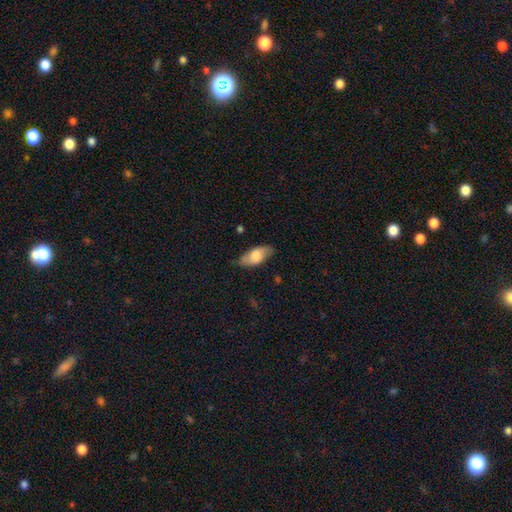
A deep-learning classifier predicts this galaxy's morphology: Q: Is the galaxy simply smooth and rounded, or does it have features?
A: smooth — 69%.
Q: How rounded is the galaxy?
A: in between — 88%.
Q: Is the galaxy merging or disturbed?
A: none — 75%.